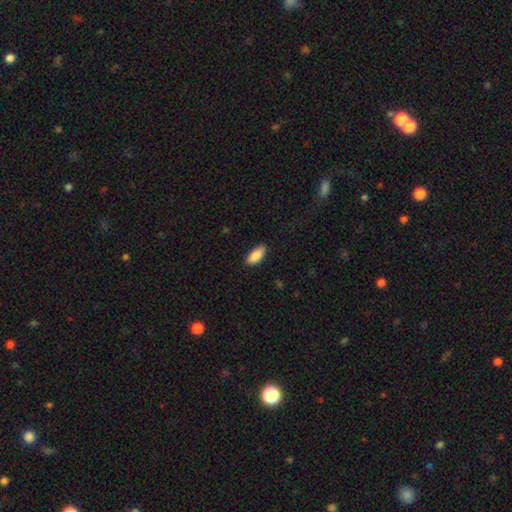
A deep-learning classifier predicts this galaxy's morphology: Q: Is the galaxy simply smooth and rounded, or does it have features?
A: smooth — 87%.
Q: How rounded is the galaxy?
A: in between — 87%.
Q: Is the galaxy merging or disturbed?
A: none — 84%.